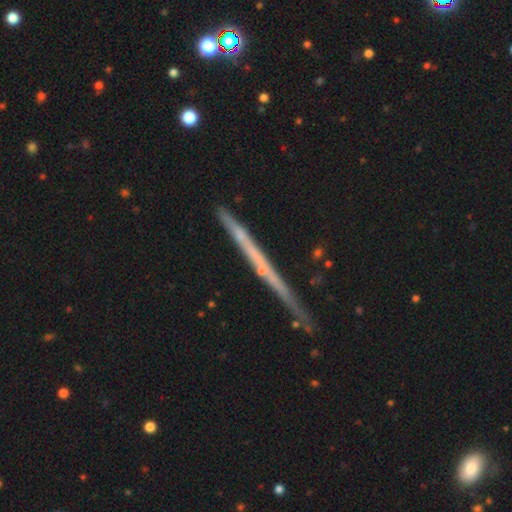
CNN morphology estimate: A featured or disk galaxy (64%) viewed edge-on (97%) with no central bulge (86%).

Vote fractions:
- Smooth or featured? featured or disk: 64% / smooth: 28% / star or artifact: 8%
- Edge-on disk? yes: 97% / no: 3%
- Edge-on bulge? none: 86% / rounded: 11% / boxy: 3%
- Merging? none: 82% / minor disturbance: 13% / merger: 2% / major disturbance: 2%